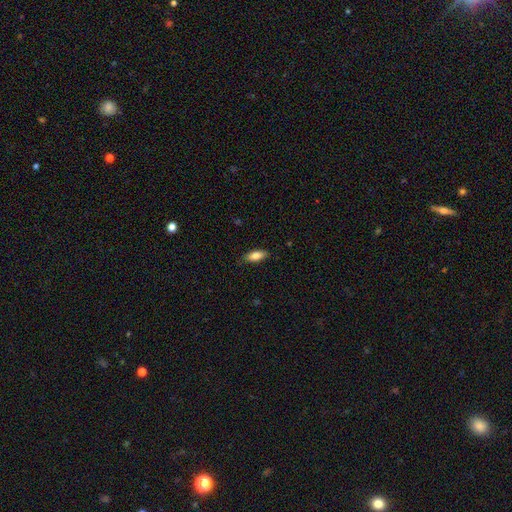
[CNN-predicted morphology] Q: Smooth or featured?
A: smooth (83%); runner-up: featured or disk (11%)
Q: How rounded?
A: in between (78%); runner-up: cigar-shaped (20%)
Q: Merging?
A: none (83%); runner-up: minor disturbance (13%)